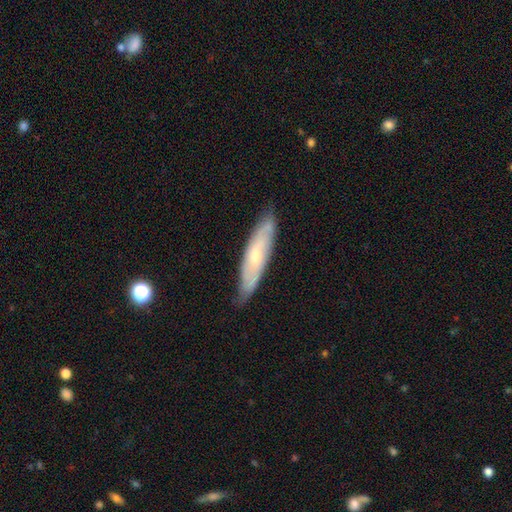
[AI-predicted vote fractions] This appears to be a featured or disk galaxy (54%). Merging: none (78%).